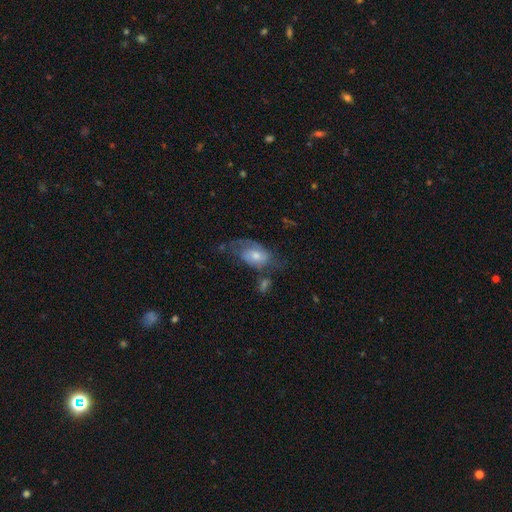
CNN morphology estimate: The model was most divided on "smooth or featured": featured or disk: 47%, smooth: 45%, star or artifact: 8%. Remaining: merging — none (35%).